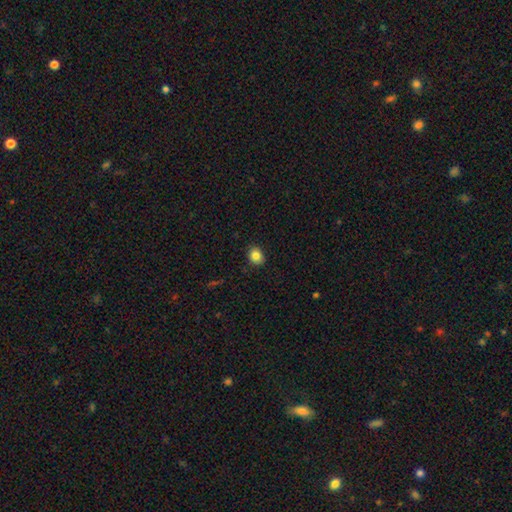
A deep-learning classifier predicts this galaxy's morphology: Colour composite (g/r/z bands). It shows a smooth galaxy with no disk features (84%) that is round (53%). Merging: none (87%).